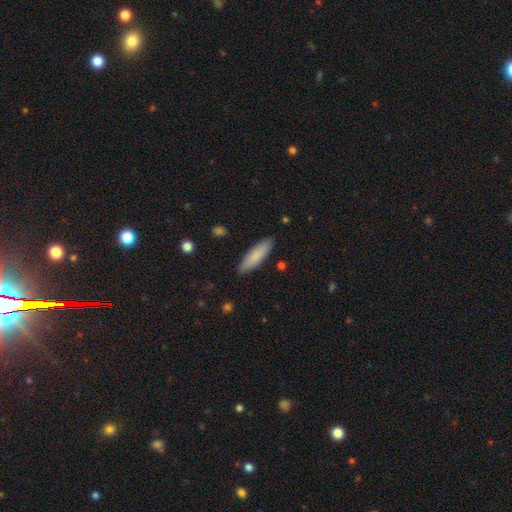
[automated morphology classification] A smooth galaxy with no disk features (83%) that is cigar-shaped (59%).

Vote fractions:
- Smooth or featured? smooth: 83% / featured or disk: 12% / star or artifact: 5%
- How rounded? cigar-shaped: 59% / in between: 39% / round: 1%
- Merging? none: 88% / minor disturbance: 9% / major disturbance: 2% / merger: 1%